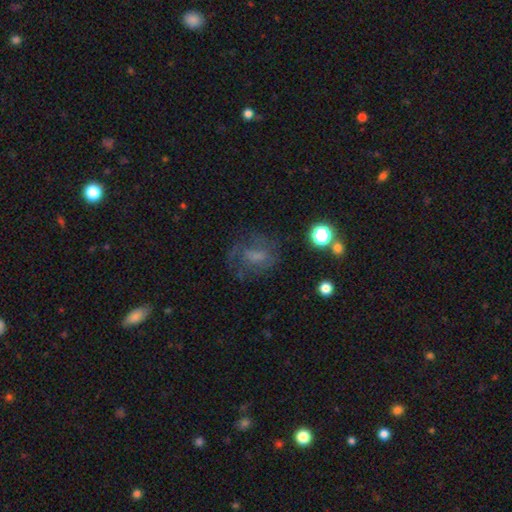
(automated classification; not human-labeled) Morphology: type=featured or disk (43%); merging=none (59%).